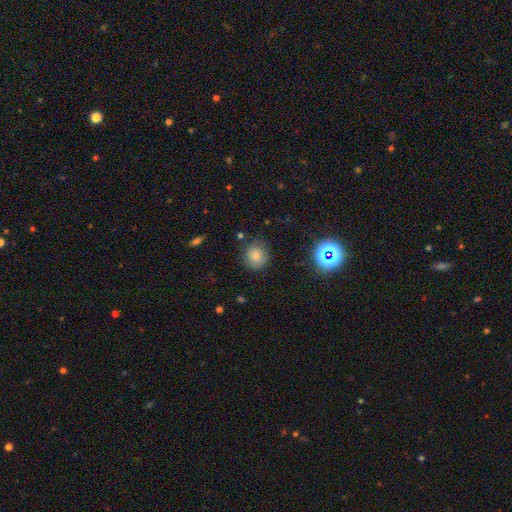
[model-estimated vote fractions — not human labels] Smooth or featured?
  - smooth: 80% *
  - star or artifact: 14%
  - featured or disk: 7%
How rounded?
  - round: 80% *
  - in between: 19%
  - cigar-shaped: 1%
Merging?
  - none: 80% *
  - minor disturbance: 14%
  - major disturbance: 4%
  - merger: 2%